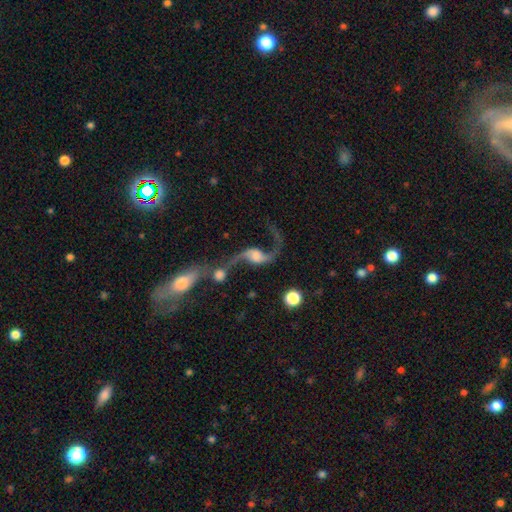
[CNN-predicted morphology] A featured or disk galaxy (89%) with no bar (49%), 2 (93%) loose (92%) spiral arms (96%) and a moderate central bulge (34%). Merging: none (41%).